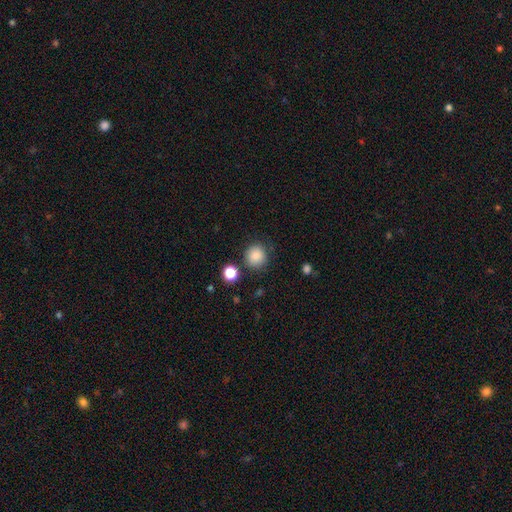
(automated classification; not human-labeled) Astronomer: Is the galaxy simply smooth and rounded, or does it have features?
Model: smooth — 86%.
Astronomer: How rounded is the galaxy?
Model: round — 89%.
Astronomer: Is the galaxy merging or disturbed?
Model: none — 82%.